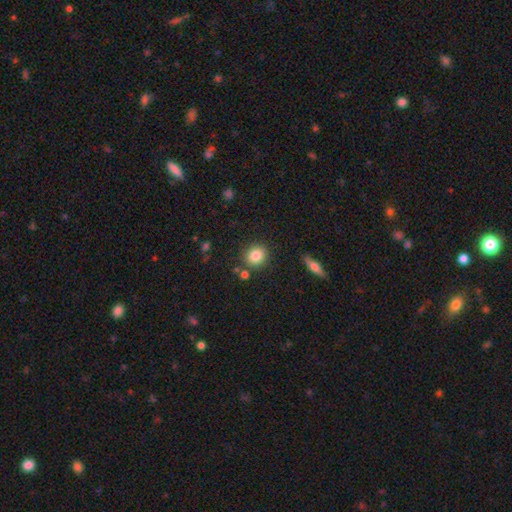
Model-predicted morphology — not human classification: smooth 84%, star or artifact 9%, featured or disk 7%. Down the decision tree: how rounded — round (79%); merging — none (83%).